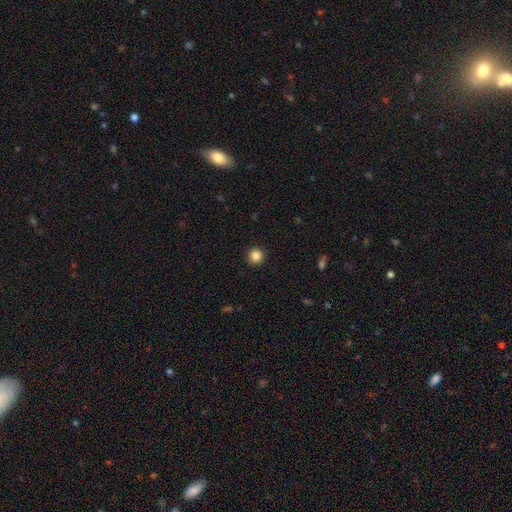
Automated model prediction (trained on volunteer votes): This is clearly a smooth galaxy (86%). How rounded: clearly round (95%). Merging: clearly none (92%).